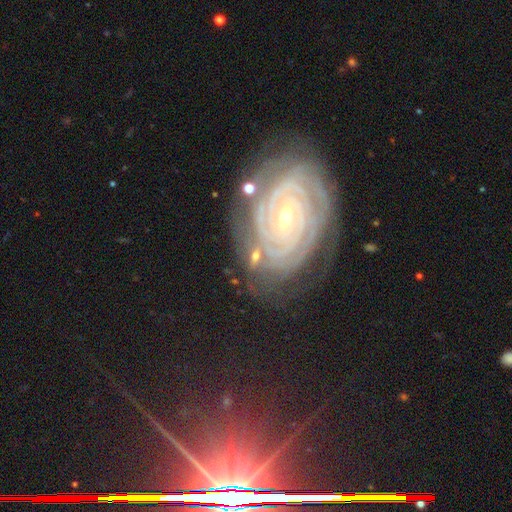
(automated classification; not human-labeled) Smooth or featured? Predicted: featured or disk (p=0.78). Edge-on disk? Predicted: no (p=0.95). Bar? Predicted: no (p=0.50). Spiral arms? Predicted: yes (p=0.95). Spiral winding? Predicted: tight (p=0.80). Spiral arm count? Predicted: 2 (p=0.25). Bulge size? Predicted: small (p=0.55). Merging? Predicted: none (p=0.58).